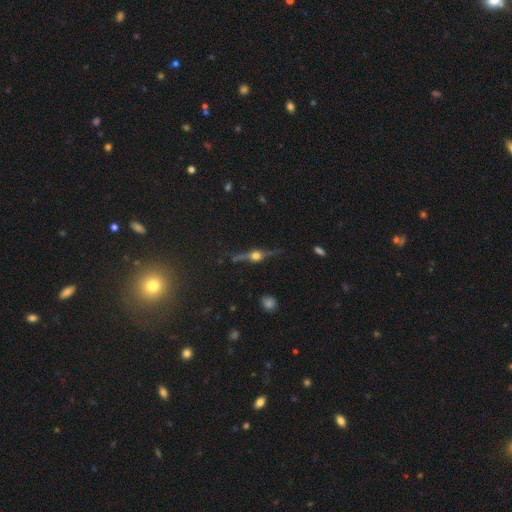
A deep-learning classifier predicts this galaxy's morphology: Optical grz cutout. It shows a featured or disk galaxy (79%) viewed edge-on (95%) with a rounded central bulge (96%). Merging: none (81%).